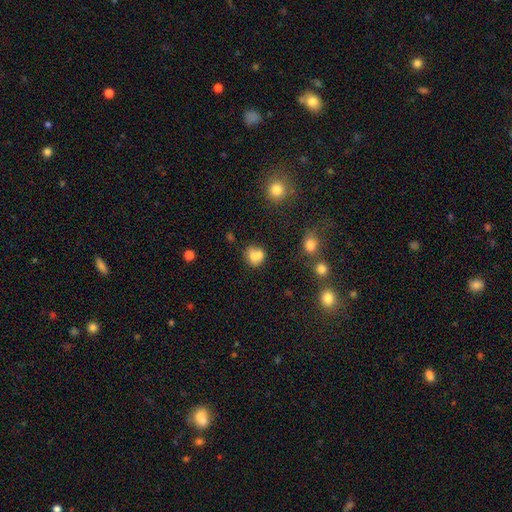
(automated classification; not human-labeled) Overall: smooth (70%). How rounded: round (67%; in between 32%). Merging: merger (47%; none 36%).